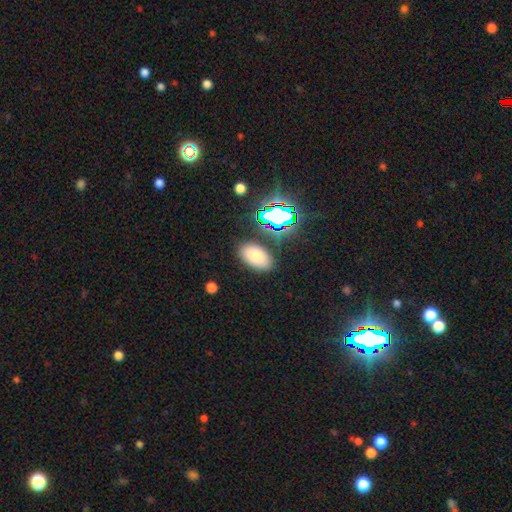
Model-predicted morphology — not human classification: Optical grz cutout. It shows a smooth galaxy with no disk features (75%) that is in between round and cigar-shaped (93%). Merging: none (83%).